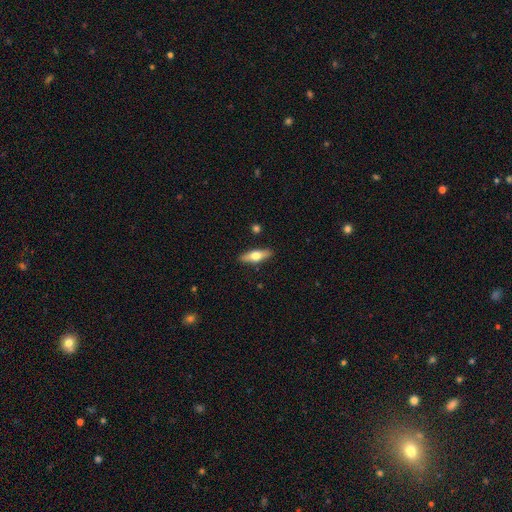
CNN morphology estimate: Overall: smooth (49%; featured or disk 45%). Merging: none (88%).